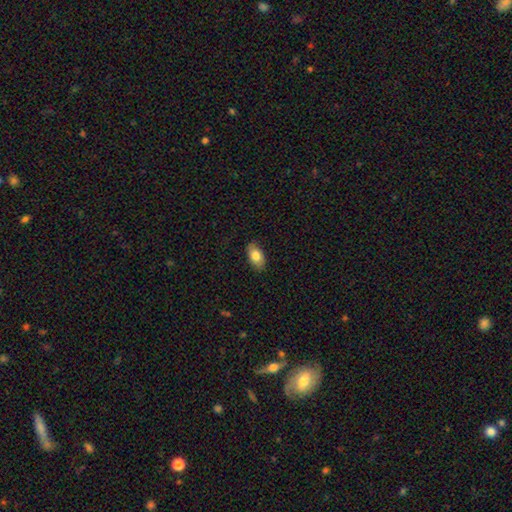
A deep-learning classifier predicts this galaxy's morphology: smooth-or-featured: smooth: 80% | featured or disk: 13% | star or artifact: 7%
  how-rounded: in between: 92% | round: 6% | cigar-shaped: 3%
  merging: none: 85% | minor disturbance: 12% | major disturbance: 2% | merger: 1%